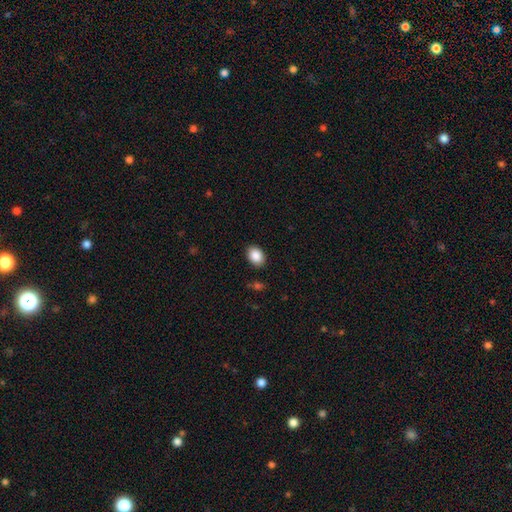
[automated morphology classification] smooth_or_featured: smooth (p=0.89) [alt: star or artifact p=0.08]
how_rounded: in between (p=0.76) [alt: round p=0.23]
merging: none (p=0.88) [alt: minor disturbance p=0.08]